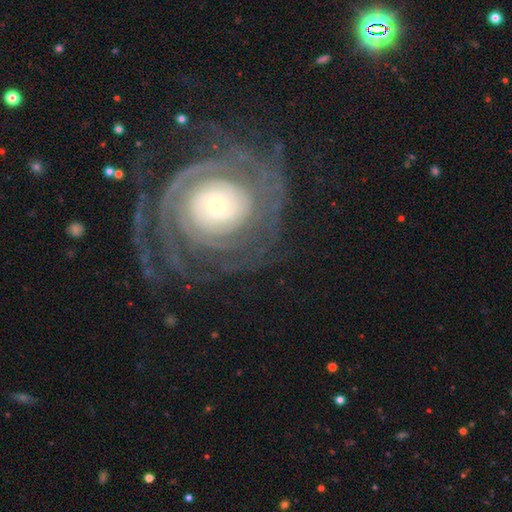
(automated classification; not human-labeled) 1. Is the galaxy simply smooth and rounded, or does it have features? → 81% featured or disk, 11% smooth, 9% star or artifact.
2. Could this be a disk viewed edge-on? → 96% no, 4% yes.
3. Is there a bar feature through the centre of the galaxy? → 79% no, 14% weak, 7% strong.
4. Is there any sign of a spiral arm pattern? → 88% yes, 12% no.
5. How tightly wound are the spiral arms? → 77% tight, 17% medium, 6% loose.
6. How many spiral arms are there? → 42% can't tell, 19% 2, 12% 3, 10% more than 4, 10% 4, 8% 1.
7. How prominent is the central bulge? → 44% small, 31% moderate, 19% large, 4% dominant, 2% none.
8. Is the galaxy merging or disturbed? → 73% none, 14% minor disturbance, 11% major disturbance, 2% merger.